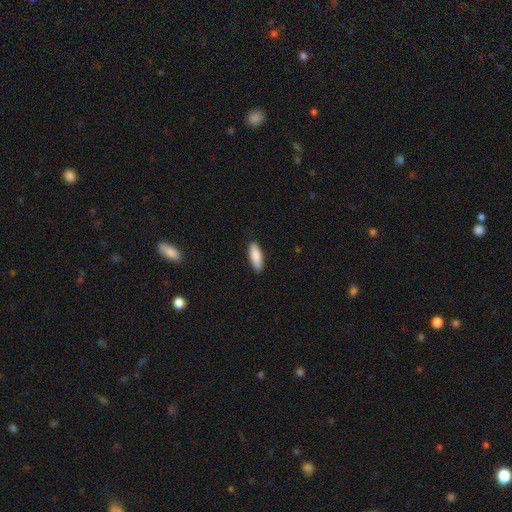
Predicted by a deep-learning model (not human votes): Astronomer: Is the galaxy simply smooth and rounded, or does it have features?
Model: smooth — 88%.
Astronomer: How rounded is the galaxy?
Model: in between — 62%.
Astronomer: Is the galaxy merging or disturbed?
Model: none — 87%.